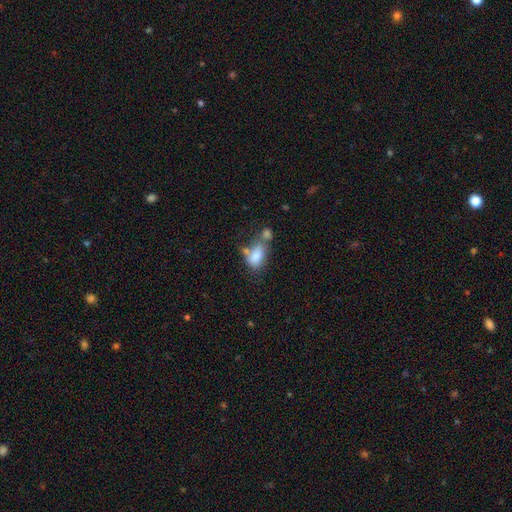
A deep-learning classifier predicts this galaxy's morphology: Smooth or featured? Predicted: smooth (p=0.79). How rounded? Predicted: in between (p=0.87). Merging? Predicted: merger (p=0.41).